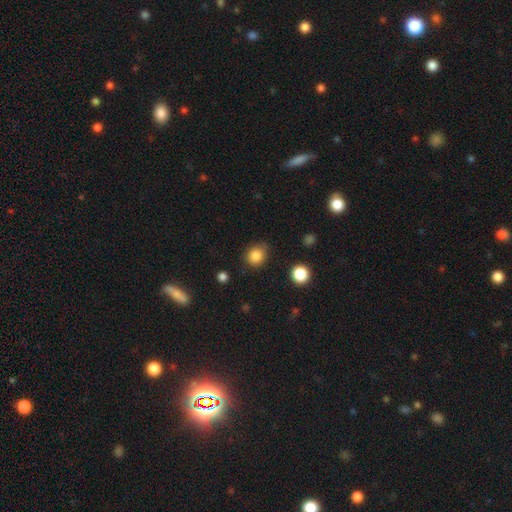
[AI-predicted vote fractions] Overall: smooth (85%). How rounded: round (75%). Merging: none (76%).